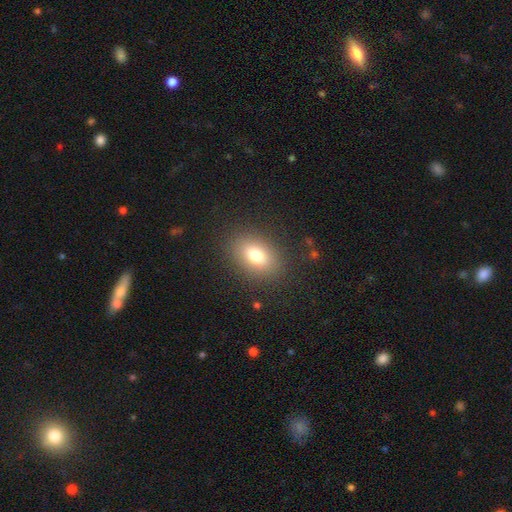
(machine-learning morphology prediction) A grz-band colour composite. It shows a smooth galaxy with no disk features (77%) that is in between round and cigar-shaped (78%). Merging: none (85%).